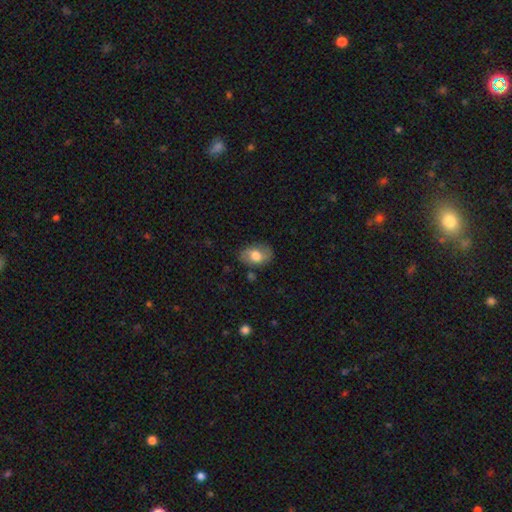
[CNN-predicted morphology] Overall: smooth (66%; featured or disk 26%). How rounded: in between (85%). Merging: none (77%).